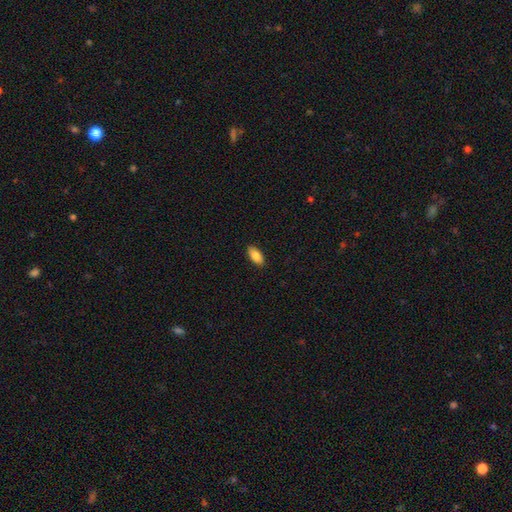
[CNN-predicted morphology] Smooth or featured?
  - smooth: 85% *
  - featured or disk: 8%
  - star or artifact: 7%
How rounded?
  - in between: 92% *
  - cigar-shaped: 6%
  - round: 2%
Merging?
  - none: 89% *
  - minor disturbance: 8%
  - major disturbance: 2%
  - merger: 1%